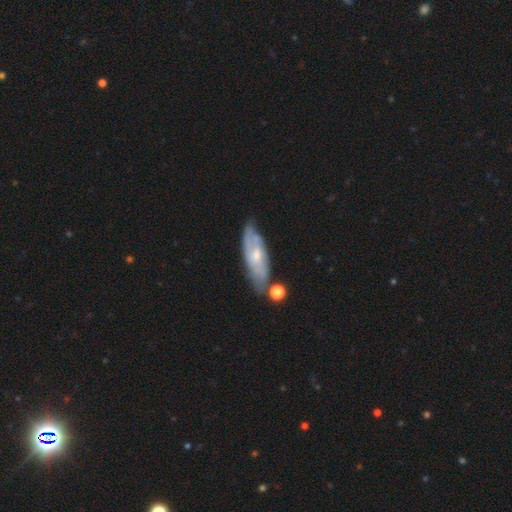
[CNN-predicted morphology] Overall: featured or disk (66%; smooth 28%). Edge-on disk: no (80%). Bar: no (57%; weak 37%). Spiral arms: yes (78%). Bulge size: small (55%; moderate 39%). Merging: none (62%; minor disturbance 23%).